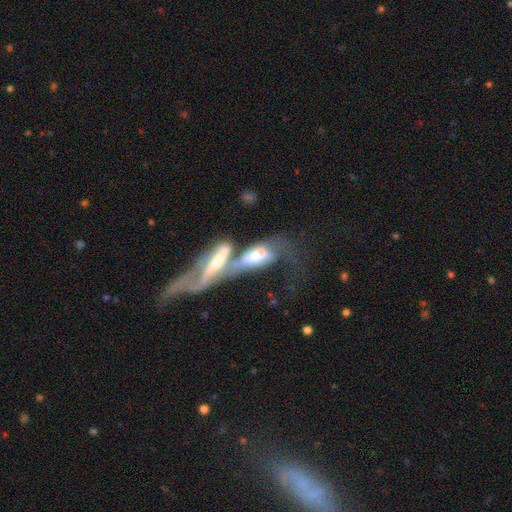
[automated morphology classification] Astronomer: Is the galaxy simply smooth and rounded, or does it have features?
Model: featured or disk — 56% (runner-up: smooth, 36%).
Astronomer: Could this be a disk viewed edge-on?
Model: no — 77%.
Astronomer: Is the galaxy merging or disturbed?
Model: merger — 77%.